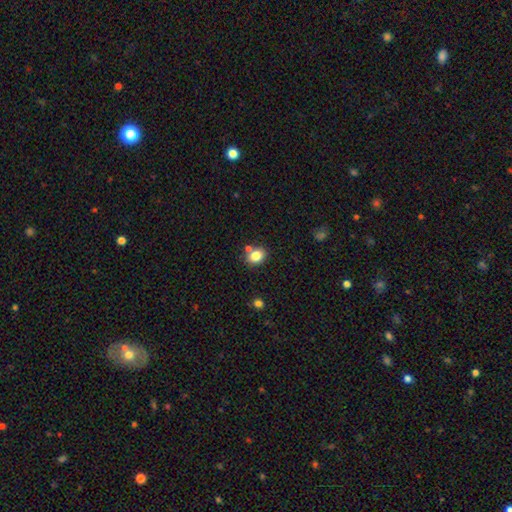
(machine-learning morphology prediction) smooth 82%, star or artifact 10%, featured or disk 7%. Down the decision tree: how rounded — round (50%); merging — none (72%).